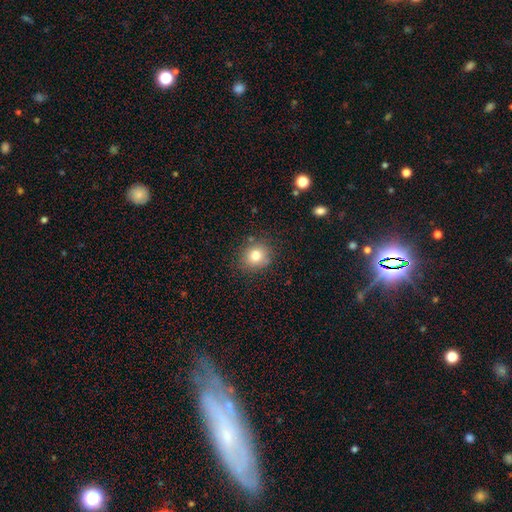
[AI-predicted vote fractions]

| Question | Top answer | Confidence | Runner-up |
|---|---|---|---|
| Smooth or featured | smooth | 80% | star or artifact (11%) |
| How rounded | round | 74% | in between (25%) |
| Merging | none | 81% | minor disturbance (13%) |